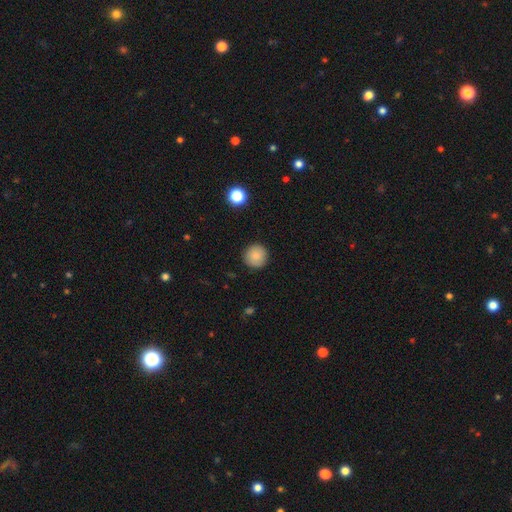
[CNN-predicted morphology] Smooth or featured? smooth (87%)
How rounded? round (95%)
Merging? none (92%)